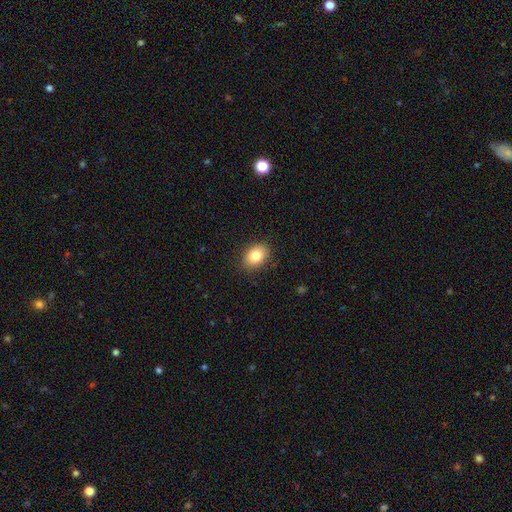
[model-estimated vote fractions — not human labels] Q: Smooth or featured?
A: smooth (83%); runner-up: star or artifact (9%)
Q: How rounded?
A: in between (72%); runner-up: round (27%)
Q: Merging?
A: none (88%); runner-up: minor disturbance (9%)